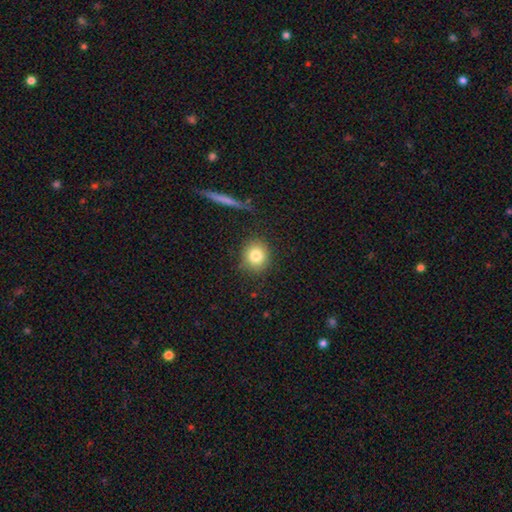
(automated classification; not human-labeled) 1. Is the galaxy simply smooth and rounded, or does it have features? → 81% smooth, 10% star or artifact, 9% featured or disk.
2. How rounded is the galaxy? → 84% round, 15% in between, 1% cigar-shaped.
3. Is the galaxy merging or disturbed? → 85% none, 10% minor disturbance, 3% major disturbance, 2% merger.